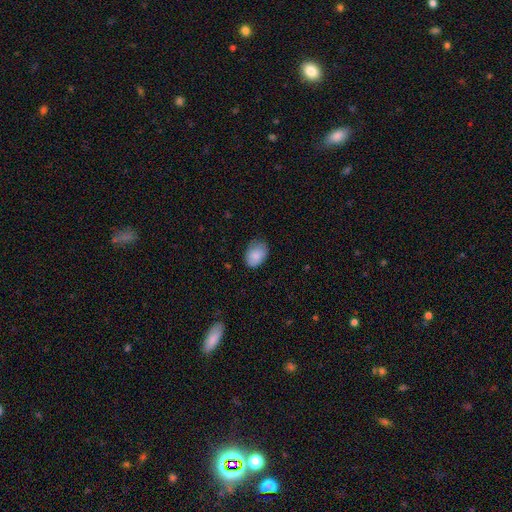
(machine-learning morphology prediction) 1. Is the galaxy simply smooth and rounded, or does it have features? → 86% smooth, 7% featured or disk, 7% star or artifact.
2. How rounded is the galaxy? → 79% in between, 20% round, 1% cigar-shaped.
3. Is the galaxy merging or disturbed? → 68% none, 26% minor disturbance, 5% major disturbance, 1% merger.